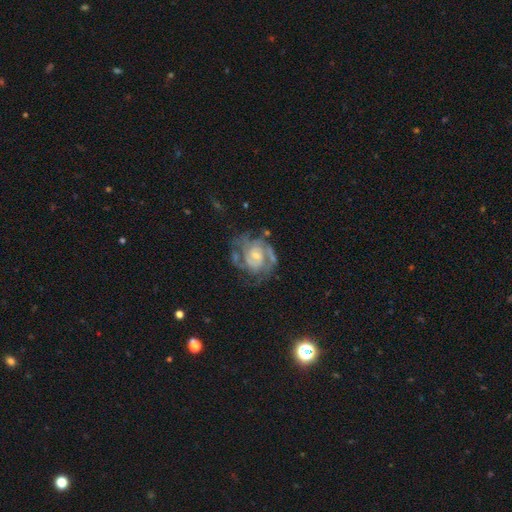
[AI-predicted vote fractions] Q: Smooth or featured?
A: featured or disk (86%); runner-up: smooth (8%)
Q: Edge-on disk?
A: no (98%); runner-up: yes (2%)
Q: Bar?
A: no (60%); runner-up: weak (32%)
Q: Spiral arms?
A: yes (93%); runner-up: no (7%)
Q: Spiral winding?
A: tight (56%); runner-up: medium (36%)
Q: Spiral arm count?
A: 2 (43%); runner-up: can't tell (23%)
Q: Bulge size?
A: small (58%); runner-up: moderate (35%)
Q: Merging?
A: none (59%); runner-up: minor disturbance (21%)